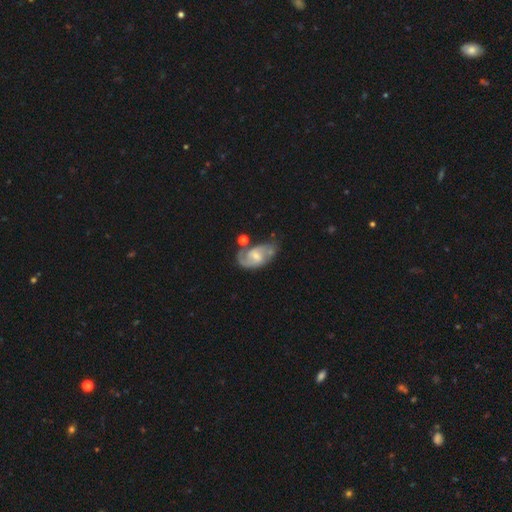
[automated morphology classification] type=featured or disk (79%); edge-on=no (96%); bar=weak (53%); spiral arms=yes (93%); winding=medium (50%); arm count=2 (77%); bulge=small (54%); merging=none (53%).